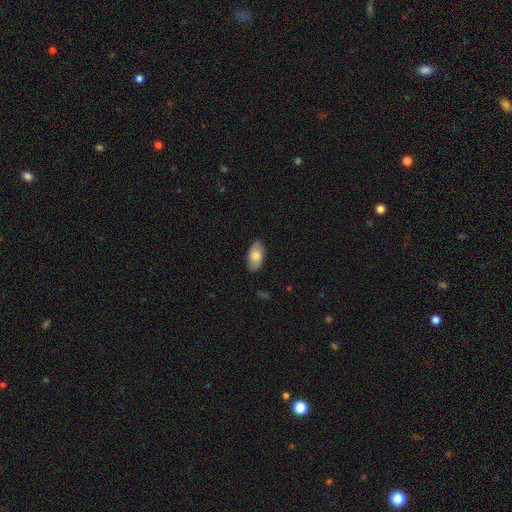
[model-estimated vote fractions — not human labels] This appears to be a smooth galaxy with no disk features (73%) that is in between round and cigar-shaped (94%). Merging: none (85%).